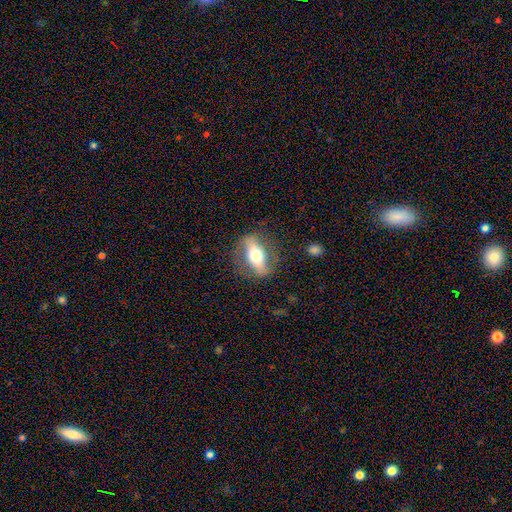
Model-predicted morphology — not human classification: This is possibly a featured or disk galaxy (57%). It is possibly not viewed edge-on (54%). Merging: likely none (78%).